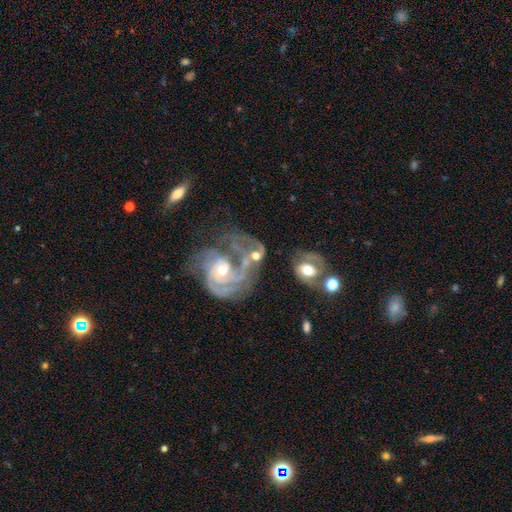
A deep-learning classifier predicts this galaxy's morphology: Smooth or featured? Predicted: featured or disk (p=0.79). Edge-on disk? Predicted: no (p=0.97). Bar? Predicted: no (p=0.67). Spiral arms? Predicted: yes (p=0.86). Spiral winding? Predicted: tight (p=0.43). Spiral arm count? Predicted: 2 (p=0.32). Bulge size? Predicted: moderate (p=0.62). Merging? Predicted: merger (p=0.53).